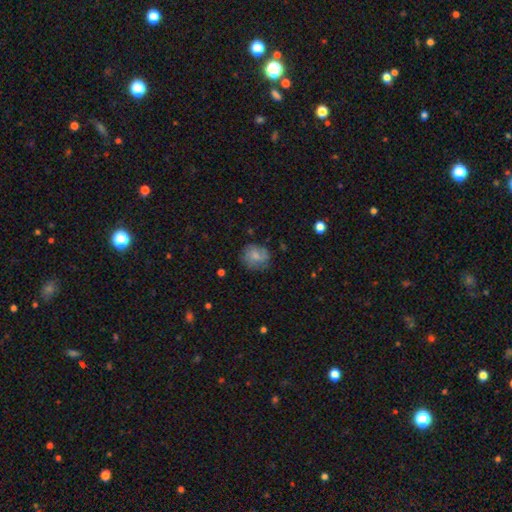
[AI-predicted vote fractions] This is likely a smooth galaxy (65%). How rounded: likely round (70%). Merging: likely none (66%).